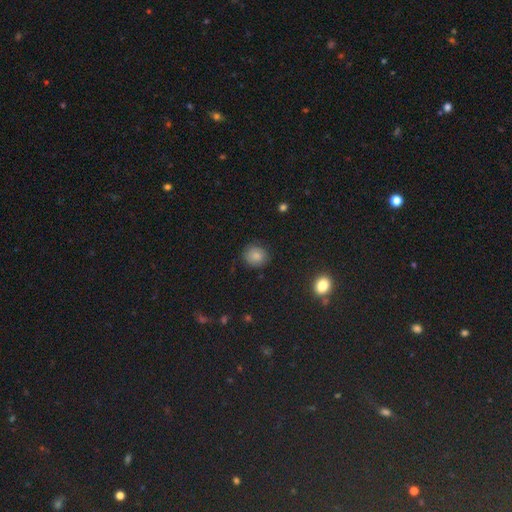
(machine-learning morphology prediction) Overall: smooth (80%). How rounded: round (79%). Merging: none (81%).